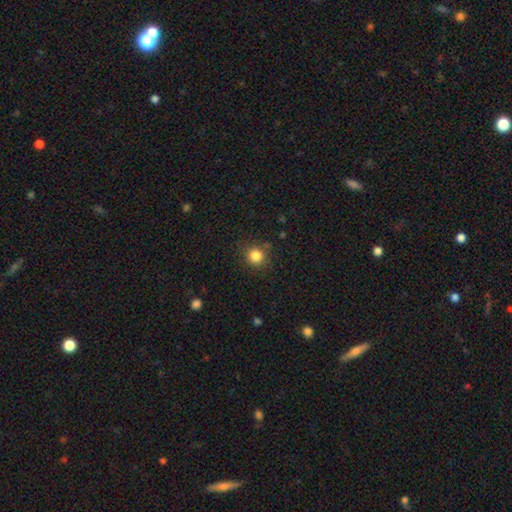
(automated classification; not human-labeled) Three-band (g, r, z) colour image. It shows a smooth galaxy with no disk features (84%) that is round (92%). Merging: none (85%).